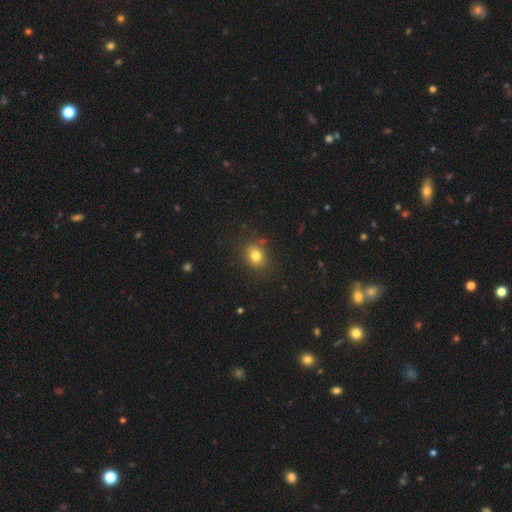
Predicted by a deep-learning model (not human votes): Smooth or featured? smooth (80%)
How rounded? round (56%)
Merging? none (81%)